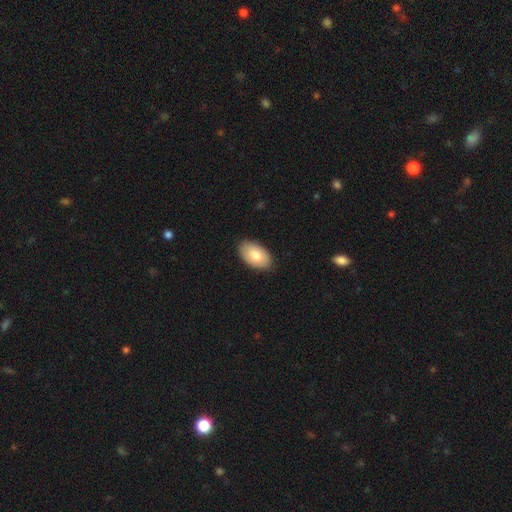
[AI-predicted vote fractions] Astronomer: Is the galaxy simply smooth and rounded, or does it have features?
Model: smooth — 76%.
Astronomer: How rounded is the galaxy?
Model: in between — 94%.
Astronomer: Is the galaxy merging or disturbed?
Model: none — 87%.